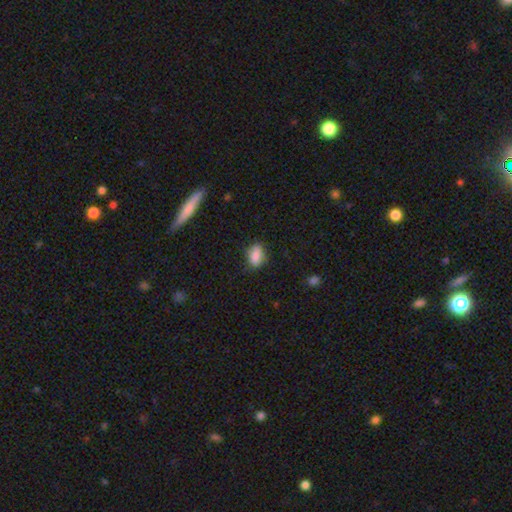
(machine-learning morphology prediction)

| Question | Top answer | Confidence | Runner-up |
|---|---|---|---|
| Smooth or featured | smooth | 86% | star or artifact (8%) |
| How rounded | in between | 84% | round (12%) |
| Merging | none | 76% | minor disturbance (19%) |